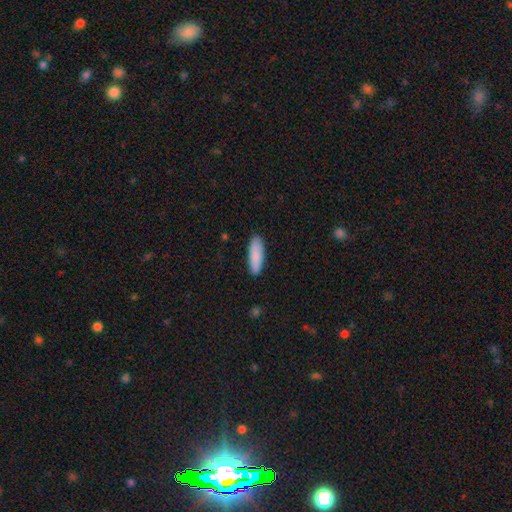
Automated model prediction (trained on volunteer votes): smooth_or_featured: smooth (p=0.87) [alt: featured or disk p=0.07]
how_rounded: in between (p=0.53) [alt: cigar-shaped p=0.46]
merging: none (p=0.85) [alt: minor disturbance p=0.12]